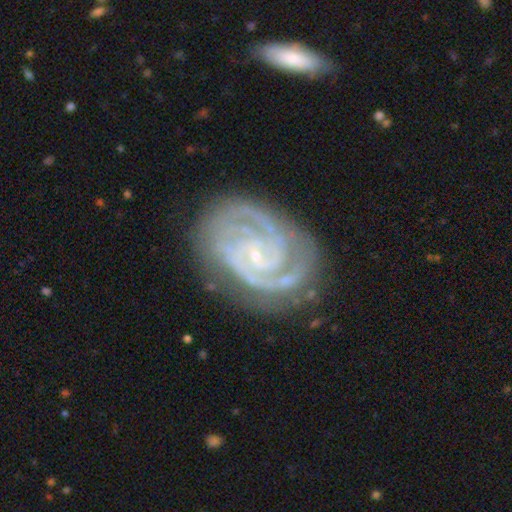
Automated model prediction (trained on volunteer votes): Smooth or featured? featured or disk (92%)
Edge-on disk? no (98%)
Bar? no (61%)
Spiral arms? yes (99%)
Spiral winding? tight (69%)
Spiral arm count? 2 (51%)
Bulge size? small (87%)
Merging? none (75%)